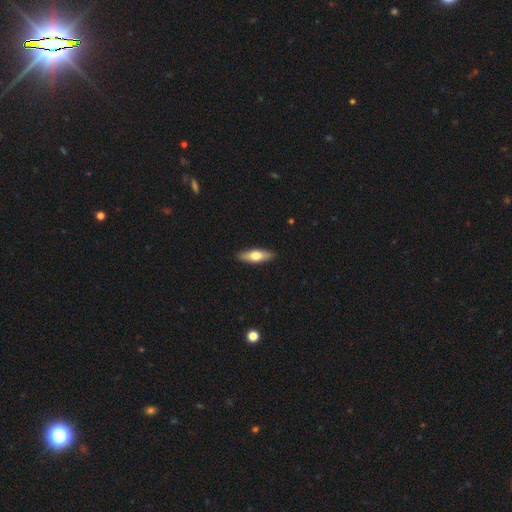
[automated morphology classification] Smooth or featured?
  - smooth: 60% *
  - featured or disk: 35%
  - star or artifact: 5%
How rounded?
  - in between: 50% *
  - cigar-shaped: 48%
  - round: 2%
Merging?
  - none: 89% *
  - minor disturbance: 8%
  - major disturbance: 2%
  - merger: 1%